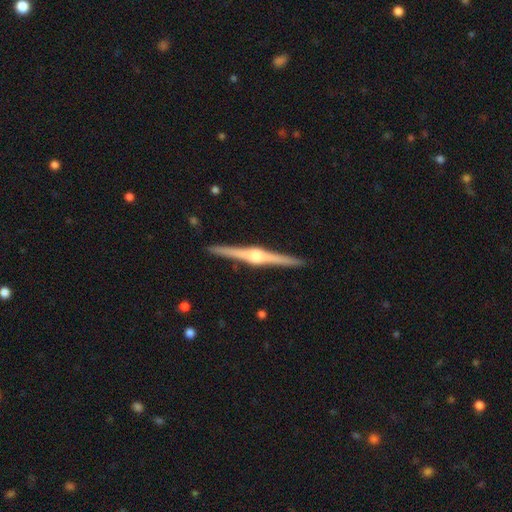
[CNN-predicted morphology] Smooth or featured? featured or disk (87%)
Edge-on disk? yes (99%)
Edge-on bulge? rounded (89%)
Merging? none (93%)